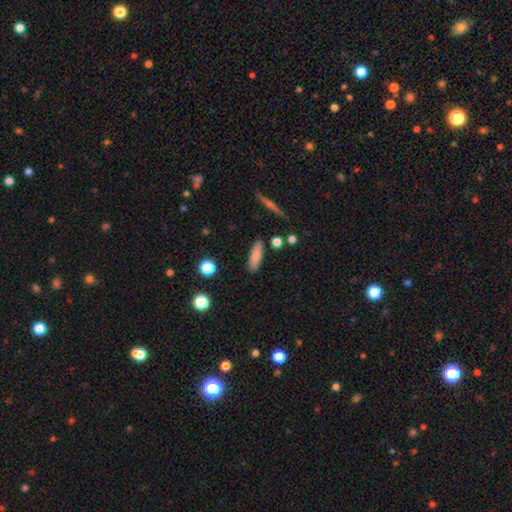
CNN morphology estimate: Smooth or featured: smooth — 82% (featured or disk — 11%)
How rounded: cigar-shaped — 51% (in between — 47%)
Merging: none — 85% (minor disturbance — 10%)